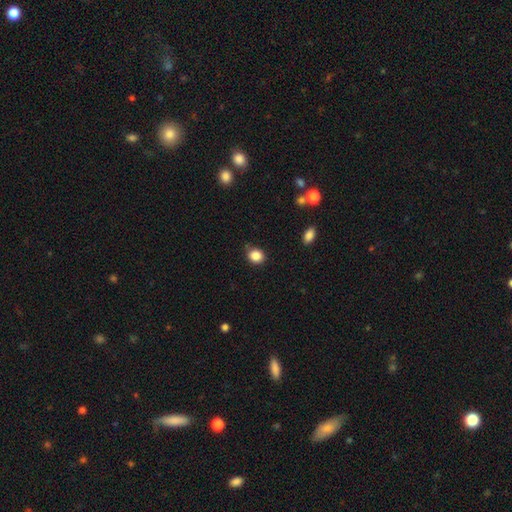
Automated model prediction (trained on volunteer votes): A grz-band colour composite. It shows a smooth galaxy with no disk features (86%) that is round (73%). Merging: none (78%).